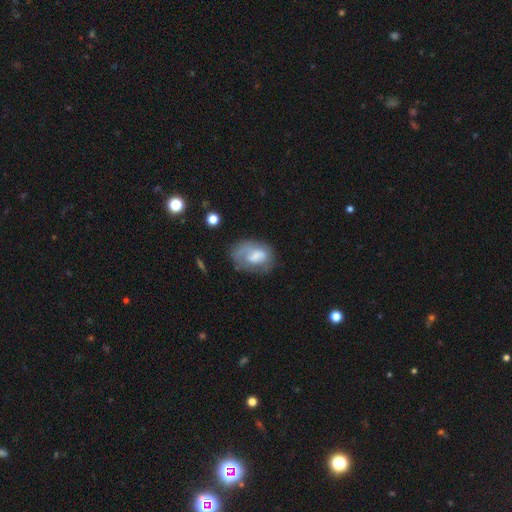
Volunteers were most divided on "smooth or featured": featured or disk: 50%, smooth: 45%, star or artifact: 5%. Remaining: edge-on disk — no (95%); spiral arm count — can't tell (64%); spiral arms — yes (58%); bar — weak (47%); spiral winding — tight (45%); merging — major disturbance (42%); bulge size — large (42%).